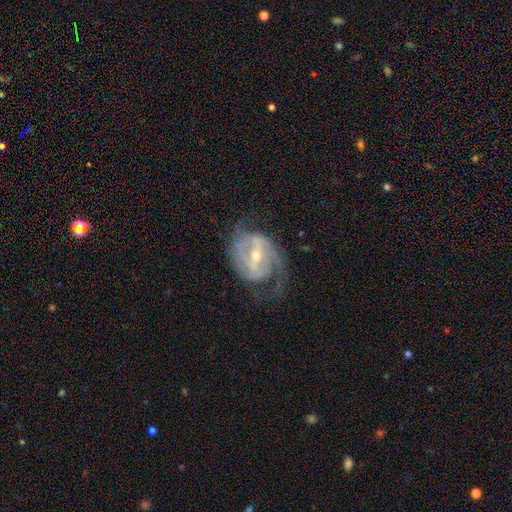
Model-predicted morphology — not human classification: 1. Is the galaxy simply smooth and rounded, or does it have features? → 88% featured or disk, 6% smooth, 5% star or artifact.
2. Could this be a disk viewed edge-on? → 96% no, 4% yes.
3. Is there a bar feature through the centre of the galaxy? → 48% strong, 39% weak, 13% no.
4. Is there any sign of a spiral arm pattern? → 94% yes, 6% no.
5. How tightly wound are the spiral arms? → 46% medium, 35% tight, 19% loose.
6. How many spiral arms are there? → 71% 2, 11% can't tell, 9% 3, 5% 1, 2% 4, 2% more than 4.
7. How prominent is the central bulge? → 49% small, 47% moderate, 2% large, 1% none, 1% dominant.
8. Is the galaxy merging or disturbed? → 62% none, 19% minor disturbance, 17% major disturbance, 1% merger.